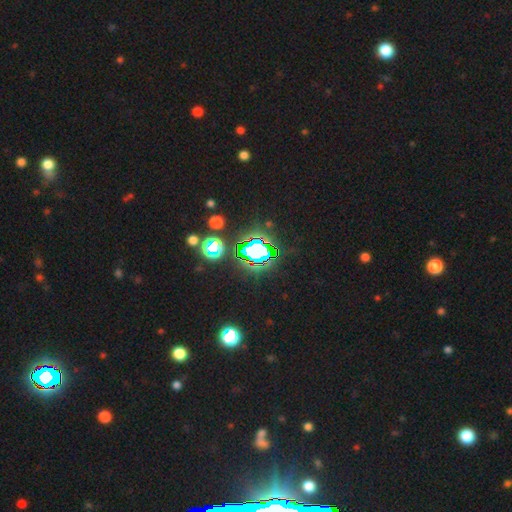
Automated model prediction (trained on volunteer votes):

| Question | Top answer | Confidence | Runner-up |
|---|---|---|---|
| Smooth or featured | star or artifact | 69% | smooth (19%) |